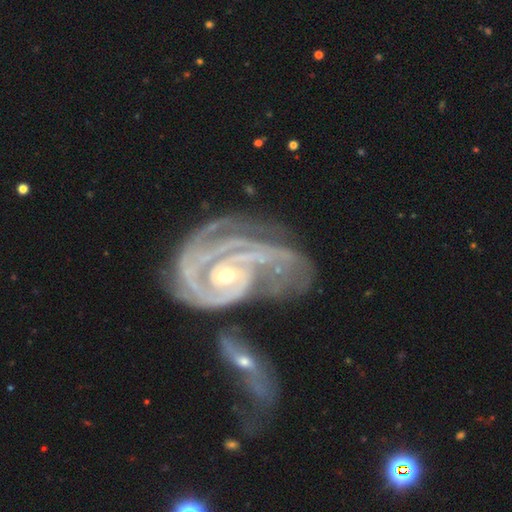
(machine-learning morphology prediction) Smooth or featured?
  - featured or disk: 92% *
  - star or artifact: 5%
  - smooth: 3%
Edge-on disk?
  - no: 97% *
  - yes: 3%
Bar?
  - no: 51% *
  - weak: 31%
  - strong: 18%
Spiral arms?
  - yes: 98% *
  - no: 2%
Spiral winding?
  - tight: 68% *
  - medium: 26%
  - loose: 6%
Spiral arm count?
  - 2: 32% *
  - 3: 25%
  - can't tell: 18%
  - 4: 10%
  - 1: 8%
  - more than 4: 8%
Bulge size?
  - small: 55% *
  - moderate: 41%
  - large: 2%
  - none: 1%
  - dominant: 1%
Merging?
  - merger: 42% *
  - major disturbance: 24%
  - none: 19%
  - minor disturbance: 15%